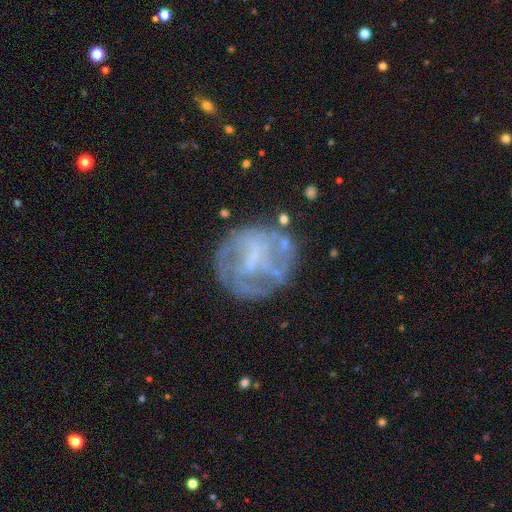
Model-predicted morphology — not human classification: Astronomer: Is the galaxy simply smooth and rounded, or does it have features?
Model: featured or disk — 66%.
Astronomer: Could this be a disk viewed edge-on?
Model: no — 98%.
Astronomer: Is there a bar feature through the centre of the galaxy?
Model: no — 52% (runner-up: weak, 34%).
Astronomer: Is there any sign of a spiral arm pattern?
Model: no — 61% (runner-up: yes, 39%).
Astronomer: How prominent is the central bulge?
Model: none — 53% (runner-up: small, 31%).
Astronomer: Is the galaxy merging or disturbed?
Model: none — 63%.